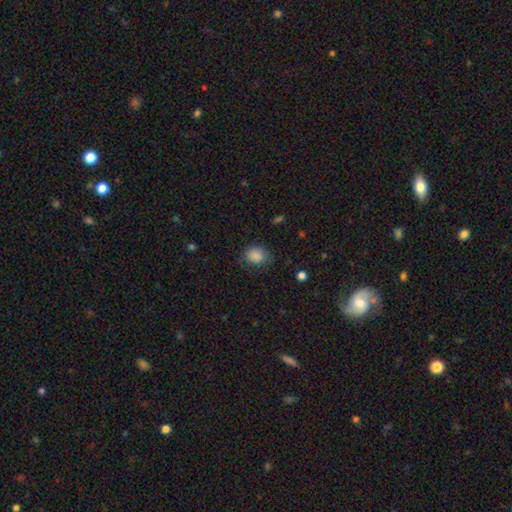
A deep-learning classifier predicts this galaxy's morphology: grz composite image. It shows a smooth galaxy with no disk features (86%) that is round (57%). Merging: none (72%).